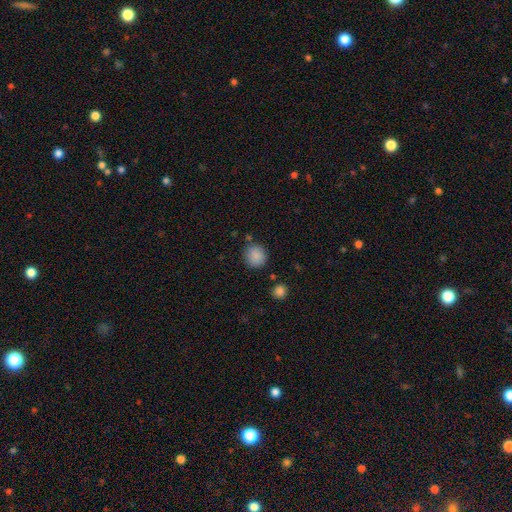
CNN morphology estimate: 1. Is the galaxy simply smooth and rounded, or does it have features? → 87% smooth, 9% star or artifact, 4% featured or disk.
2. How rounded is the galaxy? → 88% round, 12% in between, 1% cigar-shaped.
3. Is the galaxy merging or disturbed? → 82% none, 11% minor disturbance, 4% merger, 3% major disturbance.